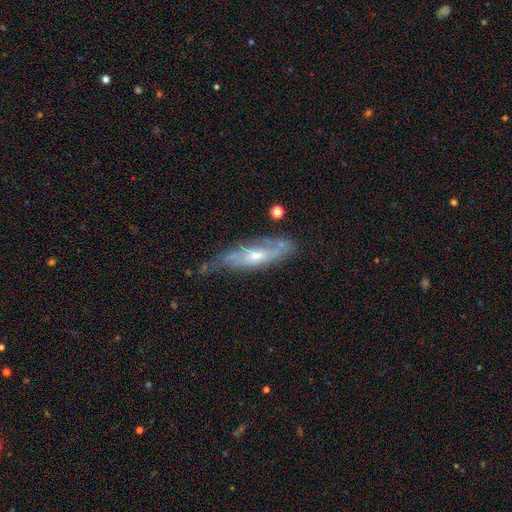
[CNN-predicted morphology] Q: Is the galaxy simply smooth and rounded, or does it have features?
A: featured or disk — 69%.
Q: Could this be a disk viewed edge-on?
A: no — 66%.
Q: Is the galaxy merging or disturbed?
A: none — 51%.